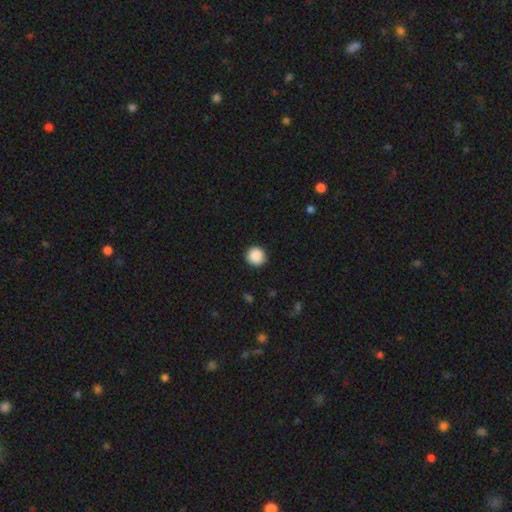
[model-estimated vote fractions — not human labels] A smooth galaxy with no disk features (89%) that is round (94%). Merging: none (90%).